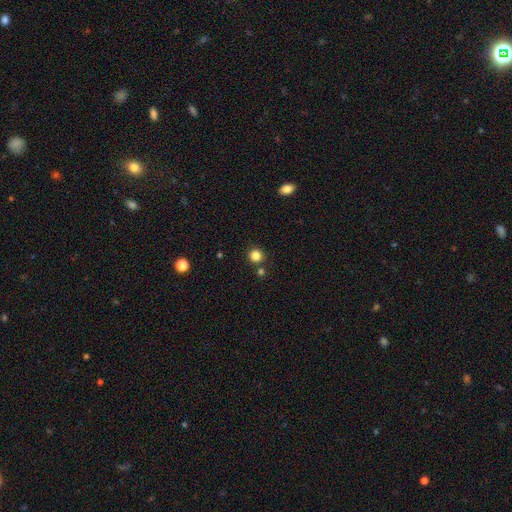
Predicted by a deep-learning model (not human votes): This appears to be a smooth galaxy with no disk features (83%) that is round (94%). Merging: none (84%).